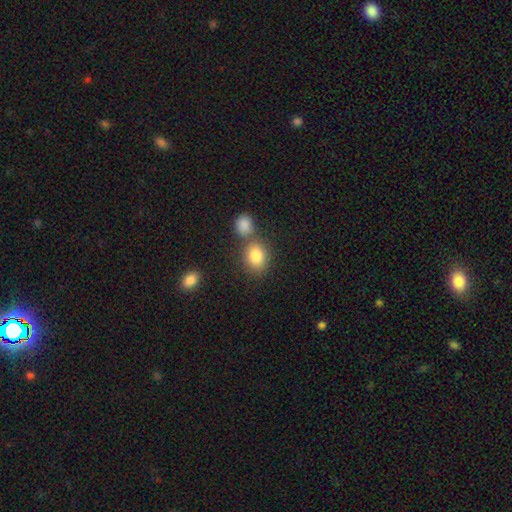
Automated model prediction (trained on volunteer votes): This appears to be a smooth galaxy with no disk features (84%) that is in between round and cigar-shaped (58%). Merging: none (57%).